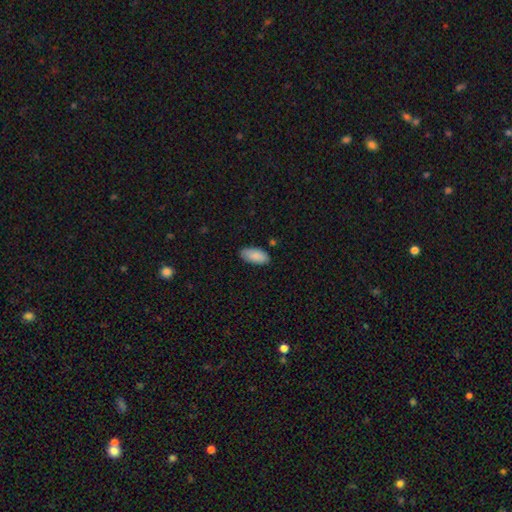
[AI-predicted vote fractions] A smooth galaxy with no disk features (88%) that is in between round and cigar-shaped (92%).

Vote fractions:
- Smooth or featured? smooth: 88% / star or artifact: 6% / featured or disk: 6%
- How rounded? in between: 92% / cigar-shaped: 6% / round: 2%
- Merging? none: 85% / minor disturbance: 12% / major disturbance: 2% / merger: 1%